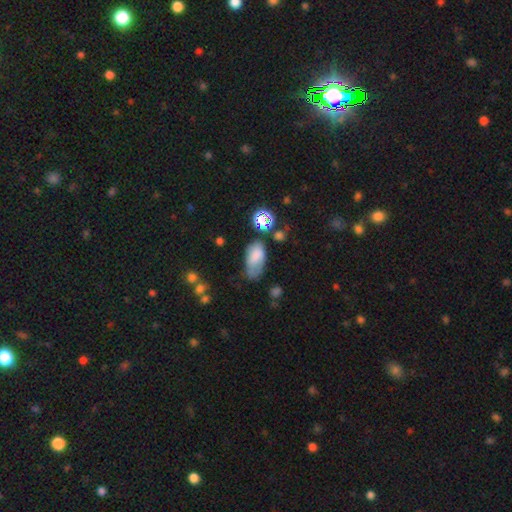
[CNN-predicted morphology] Smooth or featured: smooth — 69% (featured or disk — 18%)
How rounded: in between — 92% (round — 5%)
Merging: none — 40% (minor disturbance — 33%)